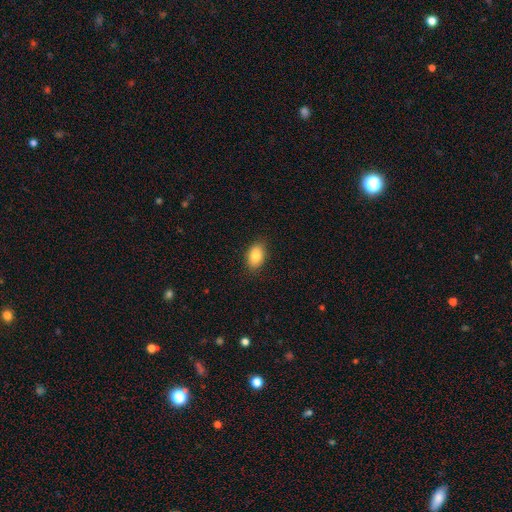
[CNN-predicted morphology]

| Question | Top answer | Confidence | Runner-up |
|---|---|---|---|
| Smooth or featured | smooth | 83% | featured or disk (9%) |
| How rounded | in between | 85% | round (13%) |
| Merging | none | 86% | minor disturbance (10%) |